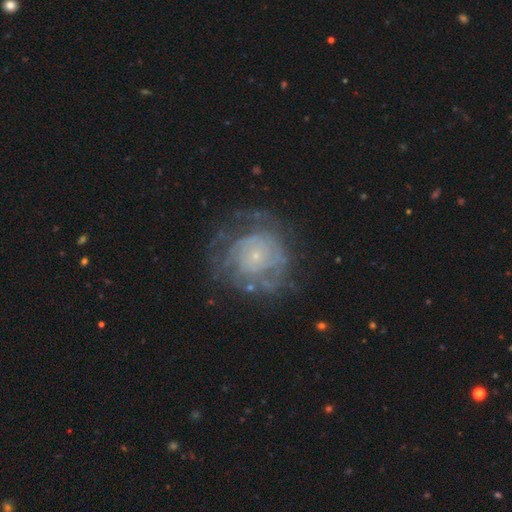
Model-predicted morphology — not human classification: smooth-or-featured: featured or disk: 75% | smooth: 17% | star or artifact: 9%
  disk-edge-on: no: 97% | yes: 3%
    bar: no: 82% | weak: 15% | strong: 3%
    has-spiral-arms: yes: 79% | no: 21%
      spiral-winding: tight: 68% | medium: 24% | loose: 9%
      spiral-arm-count: can't tell: 52% | 2: 14% | 3: 11% | 4: 10% | more than 4: 7% | 1: 5%
    bulge-size: small: 83% | moderate: 10% | none: 4% | large: 2% | dominant: 1%
  merging: none: 66% | minor disturbance: 18% | major disturbance: 14% | merger: 2%